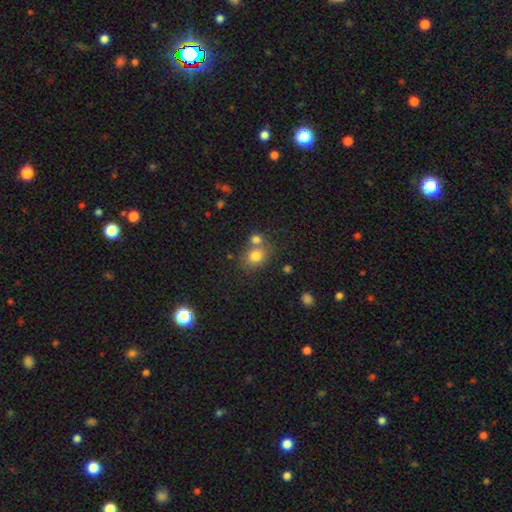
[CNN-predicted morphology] Smooth or featured? smooth (78%)
How rounded? round (66%)
Merging? none (52%)